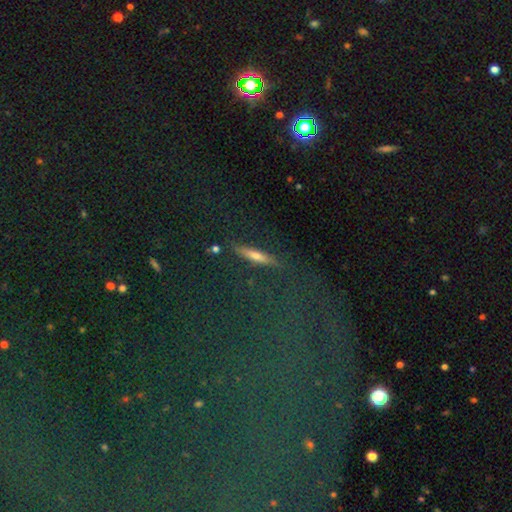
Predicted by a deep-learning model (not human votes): Smooth or featured: smooth — 47% (featured or disk — 38%)
Merging: none — 83% (minor disturbance — 11%)